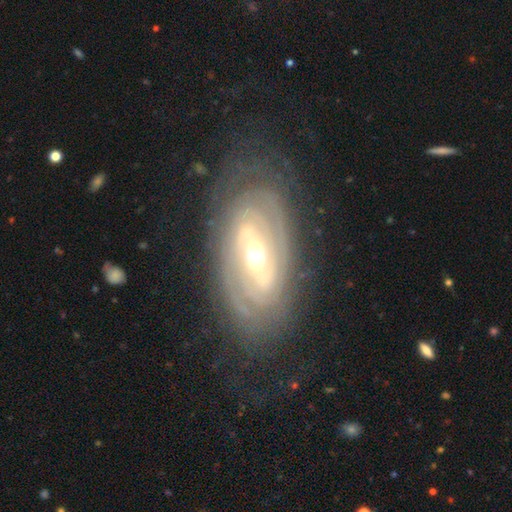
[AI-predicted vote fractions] A featured or disk galaxy (87%) with a weak bar (38%), 2 (36%, tied with can't tell) tight (75%) spiral arms (91%) and a moderate central bulge (65%). Merging: none (77%).